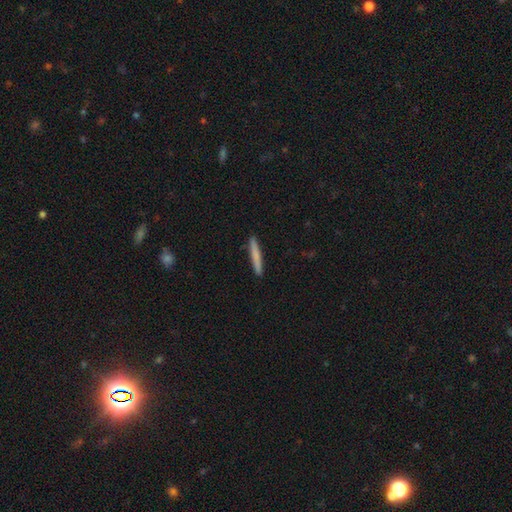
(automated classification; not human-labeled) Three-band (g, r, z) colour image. It shows a smooth galaxy with no disk features (74%) that is cigar-shaped (96%). Merging: none (92%).